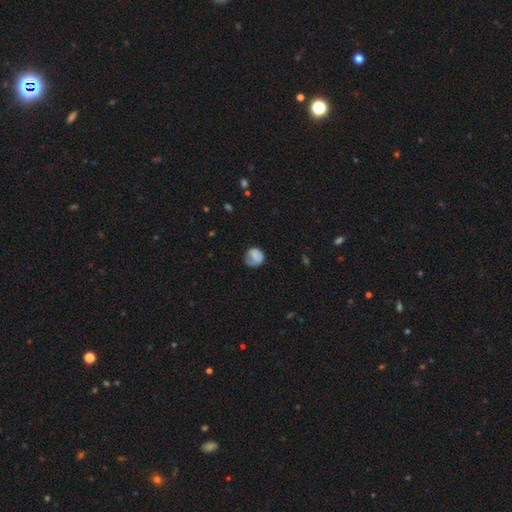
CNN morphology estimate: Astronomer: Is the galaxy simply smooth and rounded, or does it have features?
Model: smooth — 74%.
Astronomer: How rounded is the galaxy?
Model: round — 77%.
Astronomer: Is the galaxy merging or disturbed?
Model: none — 49% (runner-up: minor disturbance, 31%).